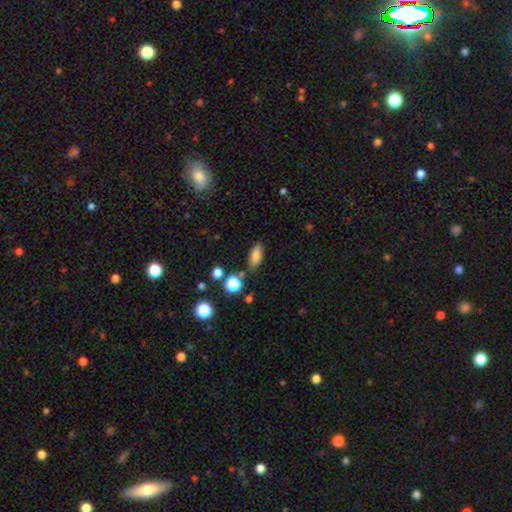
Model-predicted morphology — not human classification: This appears to be a smooth galaxy with no disk features (81%) that is in between round and cigar-shaped (80%). Merging: none (79%).